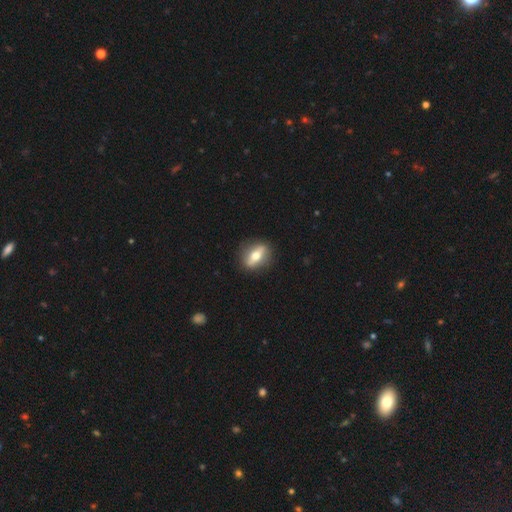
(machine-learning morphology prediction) This appears to be a featured or disk galaxy (51%) viewed edge-on (52%). Merging: none (86%).